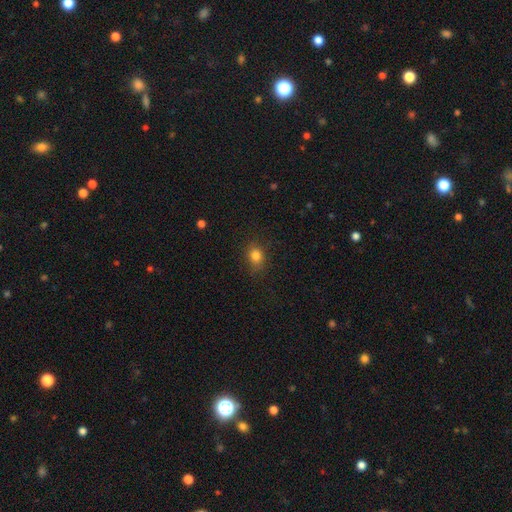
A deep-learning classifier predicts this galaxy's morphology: type=smooth (82%); roundness=round (54%); merging=none (83%).